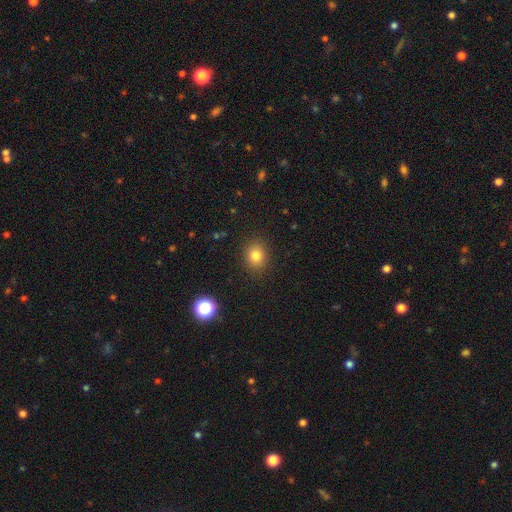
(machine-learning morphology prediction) A smooth galaxy with no disk features (80%) that is round (62%). Merging: none (88%).